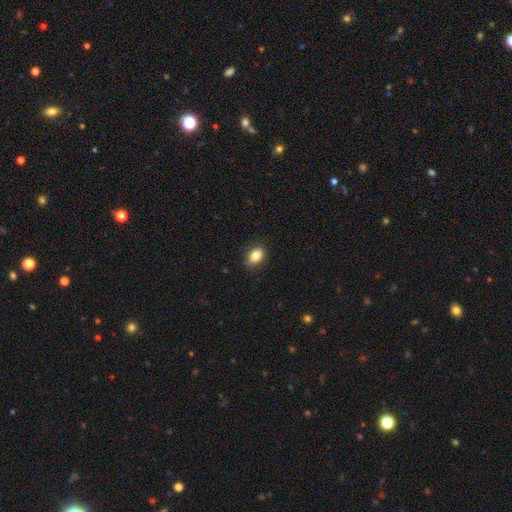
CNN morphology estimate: A smooth galaxy with no disk features (85%) that is in between round and cigar-shaped (78%). Merging: none (86%).